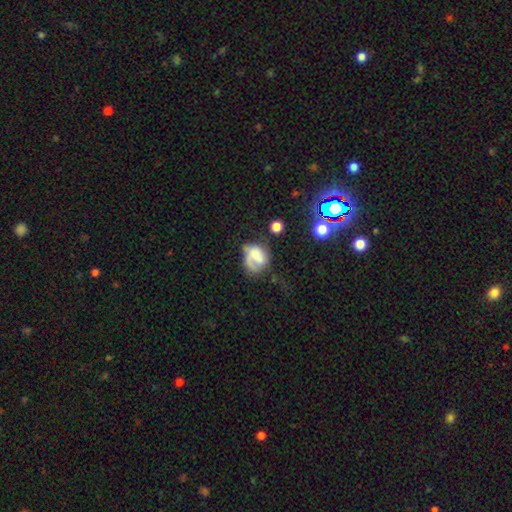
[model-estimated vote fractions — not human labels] Overall: smooth (46%; featured or disk 44%). Merging: major disturbance (39%; none 29%).